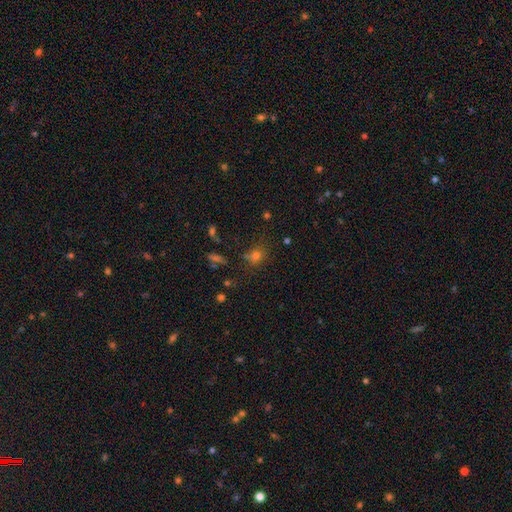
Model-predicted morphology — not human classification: Smooth or featured?
  - smooth: 61% *
  - star or artifact: 30%
  - featured or disk: 10%
How rounded?
  - round: 64% *
  - in between: 34%
  - cigar-shaped: 2%
Merging?
  - none: 65% *
  - minor disturbance: 15%
  - merger: 12%
  - major disturbance: 7%